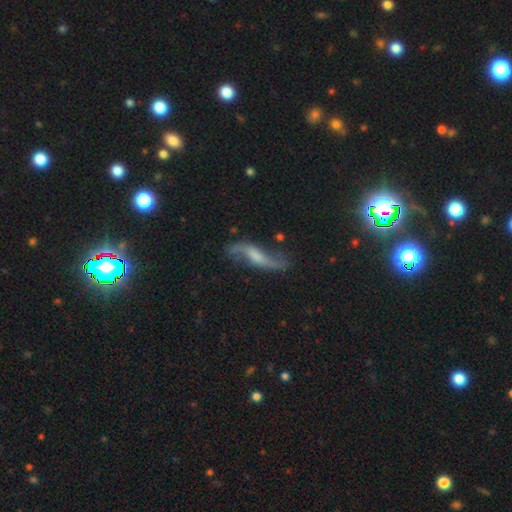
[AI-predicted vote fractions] A featured or disk galaxy (82%) with a weak bar (45%), 2 (92%) loose (83%) spiral arms (95%) and a small central bulge (36%). Merging: none (74%).